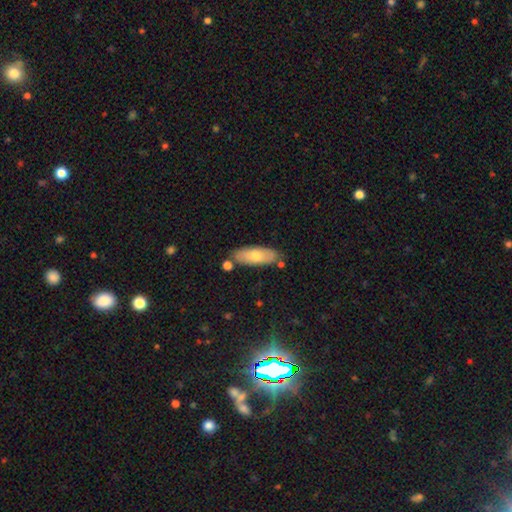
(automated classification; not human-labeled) This is likely a smooth galaxy (66%). How rounded: likely in between (70%). Merging: likely none (79%).